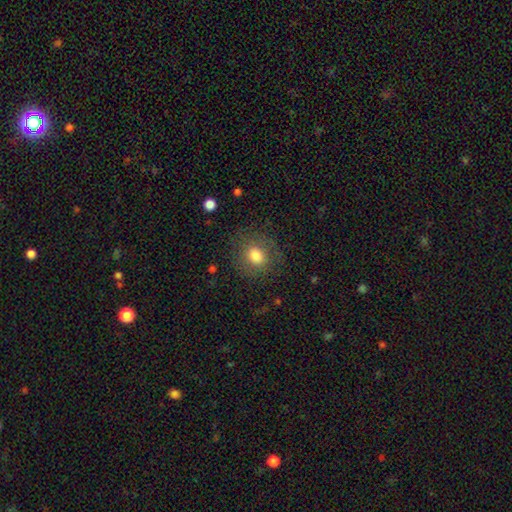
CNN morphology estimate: The model was most divided on "how rounded": round: 70%, in between: 29%, cigar-shaped: 1%. More confident: merging — none (79%); smooth or featured — smooth (77%).